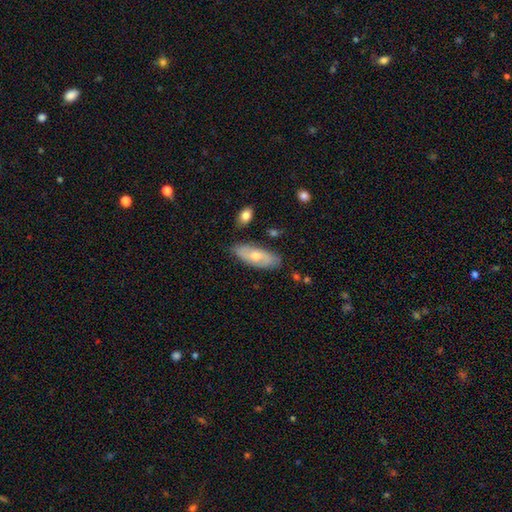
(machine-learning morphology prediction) smooth_or_featured: smooth (p=0.54) [alt: featured or disk p=0.40]
how_rounded: in between (p=0.78) [alt: cigar-shaped p=0.19]
merging: none (p=0.79) [alt: minor disturbance p=0.16]